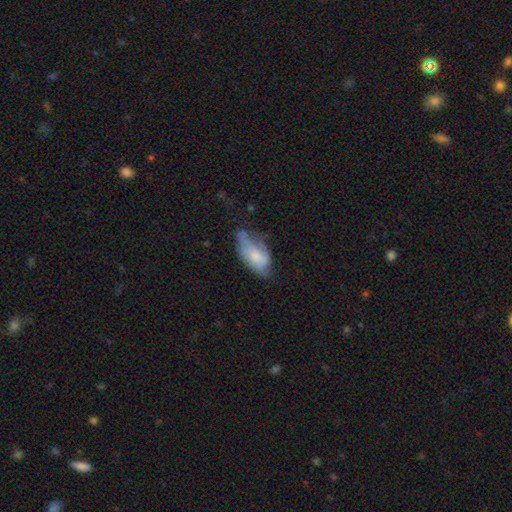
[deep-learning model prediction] smooth-or-featured: smooth: 57% | featured or disk: 35% | star or artifact: 7%
  how-rounded: in between: 91% | cigar-shaped: 5% | round: 4%
  merging: minor disturbance: 41% | none: 33% | major disturbance: 22% | merger: 4%